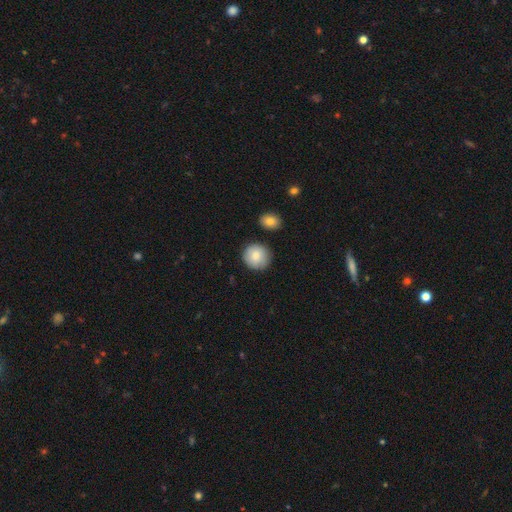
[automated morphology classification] smooth-or-featured: smooth: 81% | featured or disk: 12% | star or artifact: 7%
  how-rounded: round: 90% | in between: 9% | cigar-shaped: 1%
  merging: none: 83% | minor disturbance: 11% | merger: 3% | major disturbance: 2%